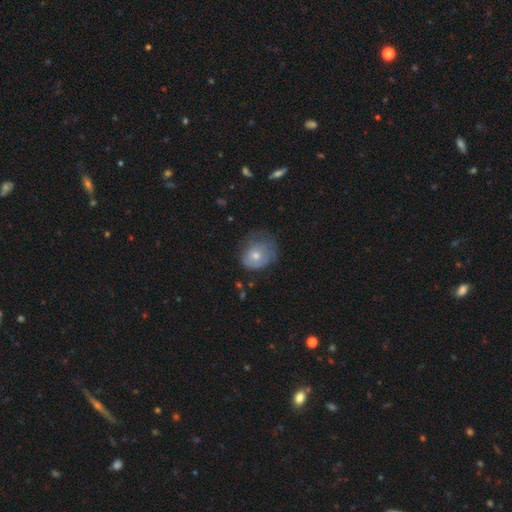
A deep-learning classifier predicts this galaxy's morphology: smooth_or_featured: smooth (p=0.54) [alt: featured or disk p=0.36]
how_rounded: round (p=0.63) [alt: in between p=0.36]
merging: none (p=0.48) [alt: minor disturbance p=0.33]